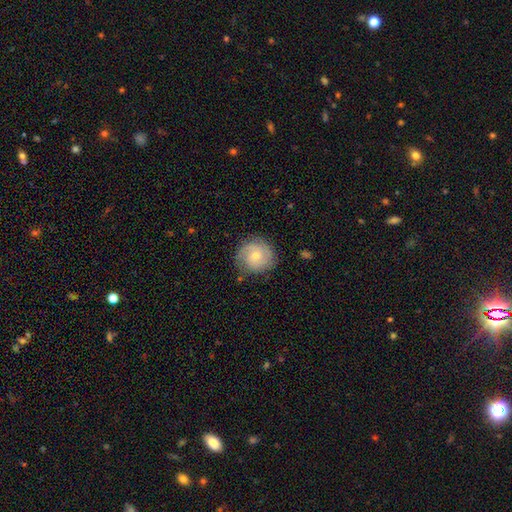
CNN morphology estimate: smooth-or-featured: featured or disk: 66% | smooth: 27% | star or artifact: 8%
  disk-edge-on: no: 97% | yes: 3%
    bar: no: 75% | weak: 21% | strong: 3%
    has-spiral-arms: yes: 90% | no: 10%
      spiral-winding: tight: 61% | medium: 30% | loose: 9%
      spiral-arm-count: 2: 43% | can't tell: 24% | 3: 18% | 1: 7% | 4: 4% | more than 4: 3%
    bulge-size: small: 50% | moderate: 46% | large: 2% | none: 1% | dominant: 1%
  merging: none: 80% | minor disturbance: 15% | major disturbance: 4% | merger: 1%